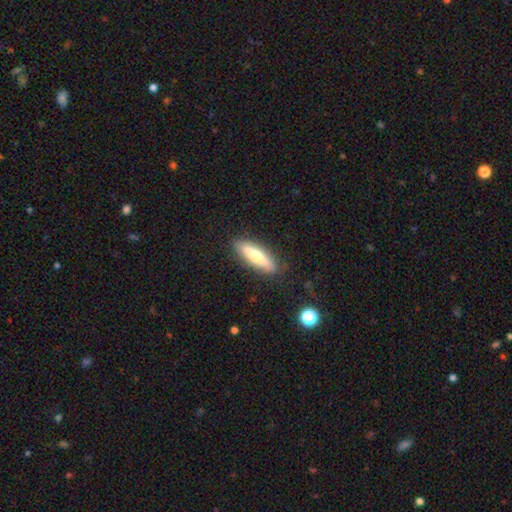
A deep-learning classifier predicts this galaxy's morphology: Q: Smooth or featured?
A: smooth (60%); runner-up: featured or disk (34%)
Q: How rounded?
A: cigar-shaped (63%); runner-up: in between (35%)
Q: Merging?
A: none (86%); runner-up: minor disturbance (10%)